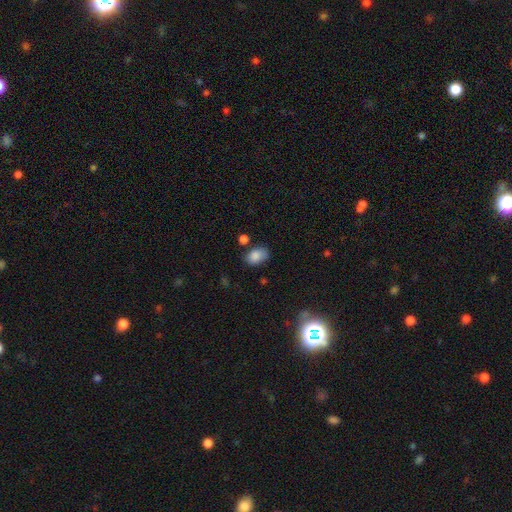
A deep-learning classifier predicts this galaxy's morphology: smooth_or_featured: smooth (p=0.85) [alt: star or artifact p=0.08]
how_rounded: in between (p=0.86) [alt: round p=0.13]
merging: none (p=0.72) [alt: minor disturbance p=0.19]